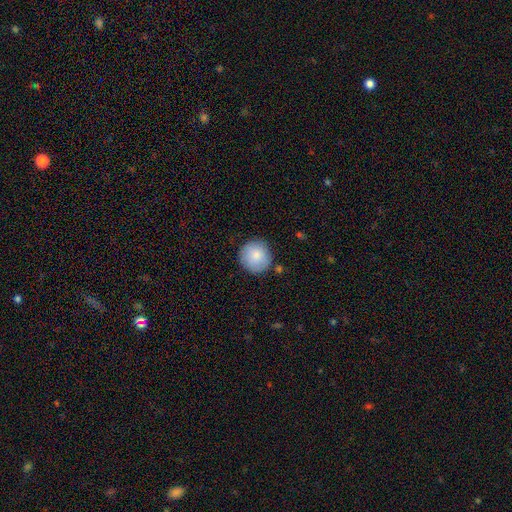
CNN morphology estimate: smooth 84%, featured or disk 9%, star or artifact 7%. Down the decision tree: how rounded — round (94%); merging — none (84%).